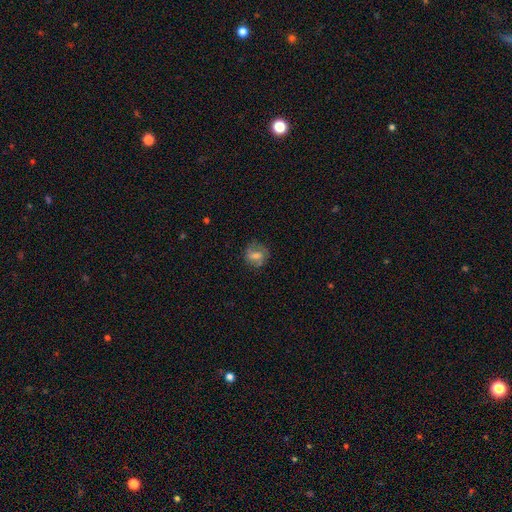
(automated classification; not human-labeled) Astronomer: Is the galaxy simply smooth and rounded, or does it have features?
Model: smooth — 45%, tied with featured or disk at 45%.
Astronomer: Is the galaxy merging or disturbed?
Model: none — 67%.